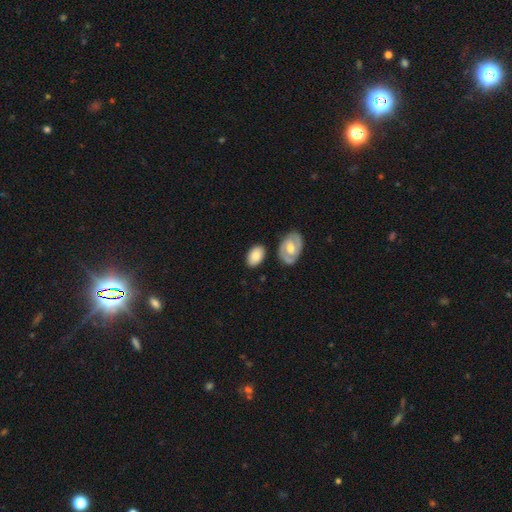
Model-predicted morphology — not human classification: Overall: smooth (77%). How rounded: in between (90%). Merging: none (76%).